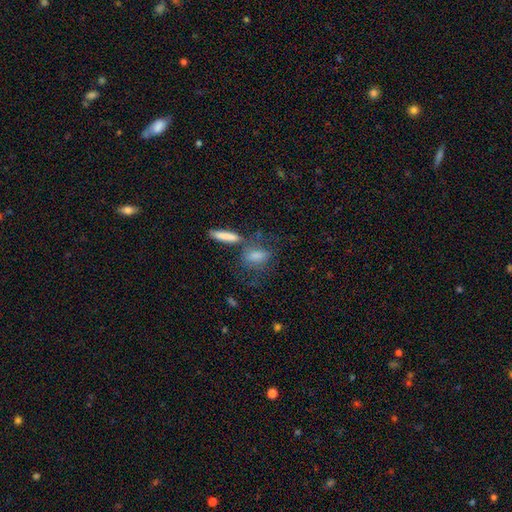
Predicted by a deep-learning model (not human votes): A smooth galaxy with no disk features (64%) that is in between round and cigar-shaped (63%). Merging: none (51%).